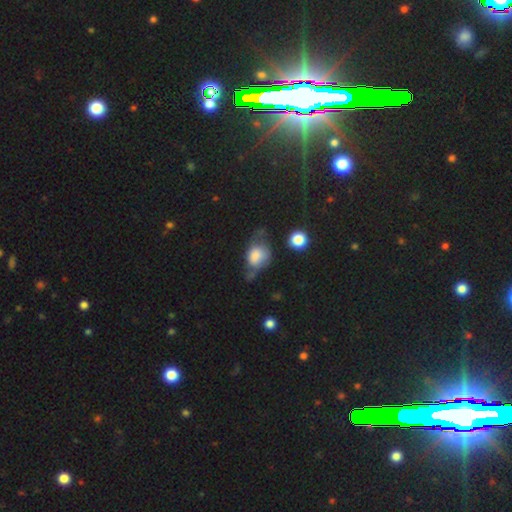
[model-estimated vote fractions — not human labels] A smooth galaxy with no disk features (71%) that is in between round and cigar-shaped (63%).

Vote fractions:
- Smooth or featured? smooth: 71% / featured or disk: 18% / star or artifact: 10%
- How rounded? in between: 63% / round: 35% / cigar-shaped: 2%
- Merging? minor disturbance: 33% / major disturbance: 29% / none: 25% / merger: 13%